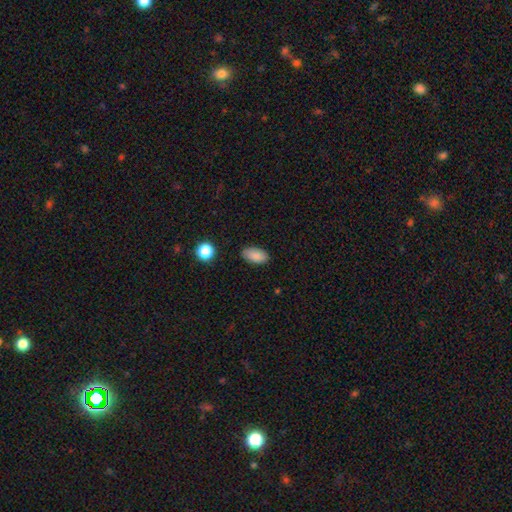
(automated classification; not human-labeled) This appears to be a smooth galaxy with no disk features (86%) that is in between round and cigar-shaped (93%). Merging: none (84%).